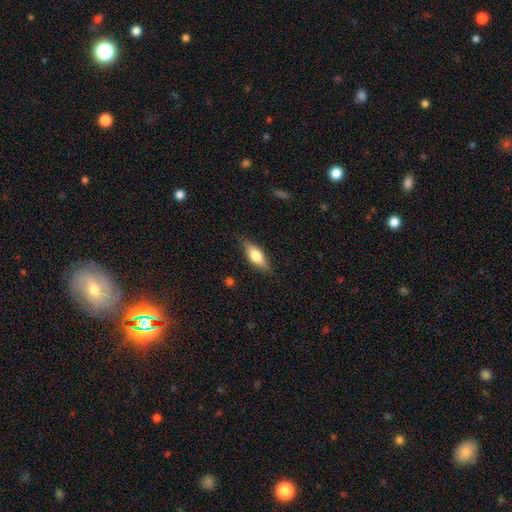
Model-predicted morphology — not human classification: Smooth or featured? Predicted: smooth (p=0.64). How rounded? Predicted: in between (p=0.66). Merging? Predicted: none (p=0.83).